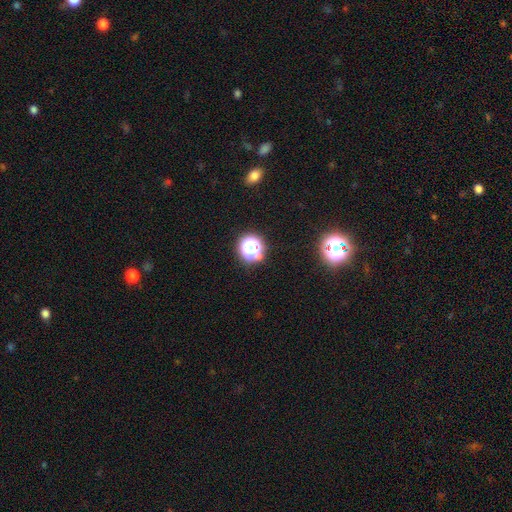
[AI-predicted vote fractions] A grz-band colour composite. It shows a star or artifact, not a galaxy (56%).